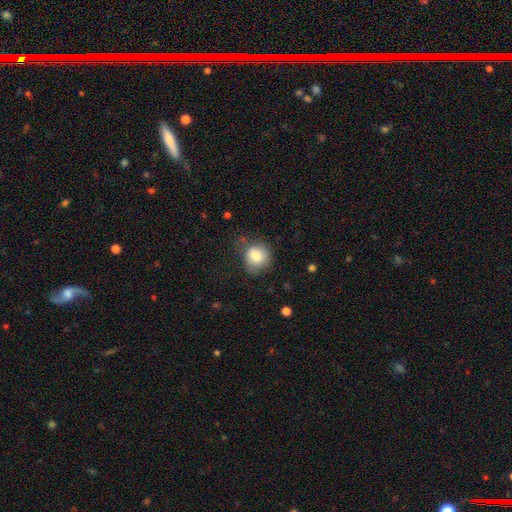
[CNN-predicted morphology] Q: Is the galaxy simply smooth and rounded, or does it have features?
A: smooth — 81%.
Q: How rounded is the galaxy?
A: round — 77%.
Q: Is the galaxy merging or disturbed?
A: none — 57%.